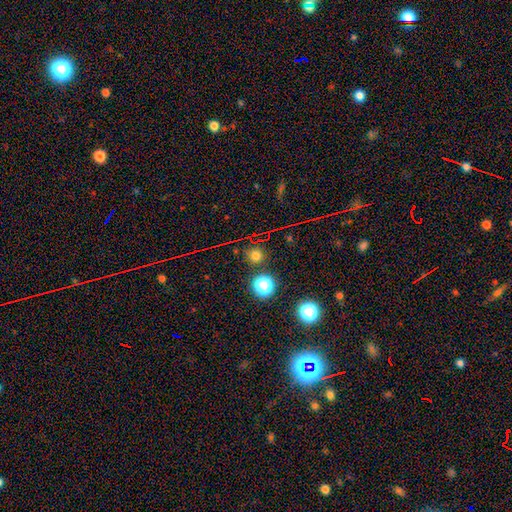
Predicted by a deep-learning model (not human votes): Smooth or featured? smooth (56%)
How rounded? round (93%)
Merging? none (87%)